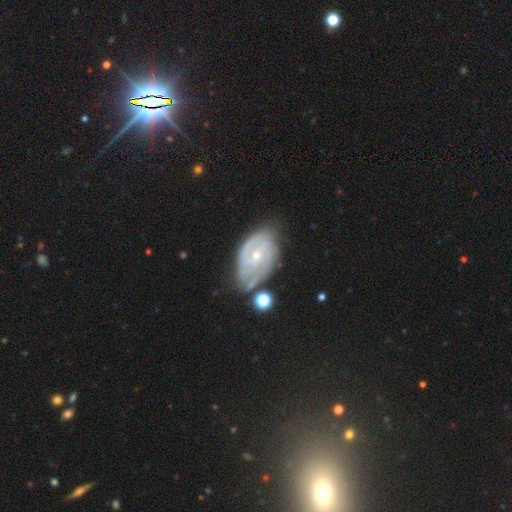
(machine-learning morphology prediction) type=featured or disk (84%); edge-on=no (96%); bar=no (58%); spiral arms=yes (95%); winding=tight (62%); arm count=2 (41%); bulge=small (69%); merging=none (62%).